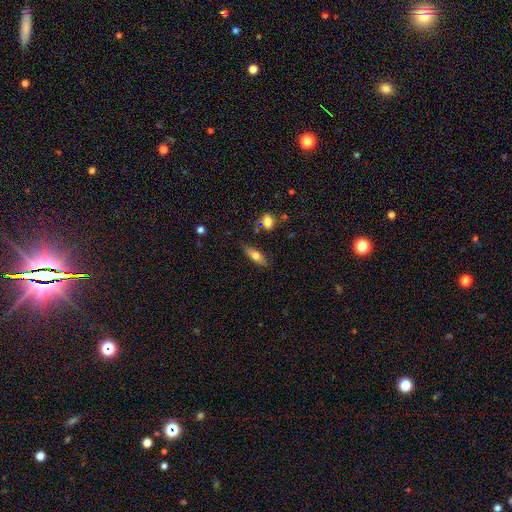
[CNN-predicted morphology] This appears to be a smooth galaxy with no disk features (66%) that is in between round and cigar-shaped (58%). Merging: none (79%).